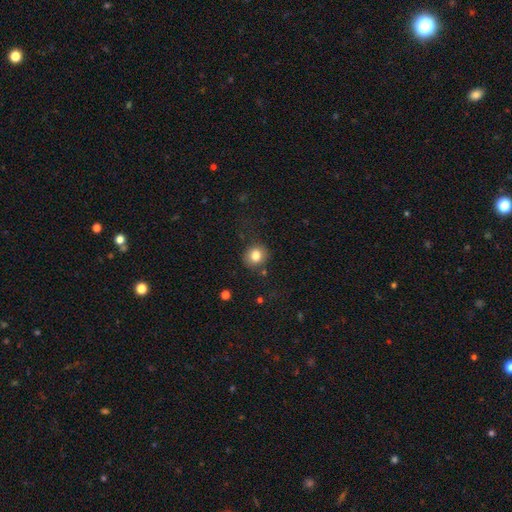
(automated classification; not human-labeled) Overall: smooth (81%). How rounded: round (85%). Merging: none (82%).